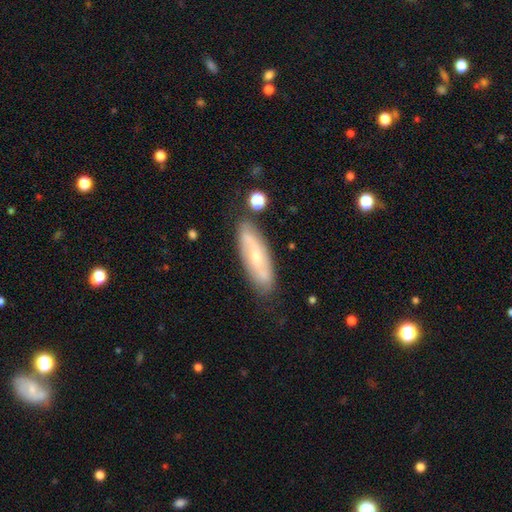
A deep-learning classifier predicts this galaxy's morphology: smooth-or-featured: featured or disk: 65% | smooth: 29% | star or artifact: 6%
  disk-edge-on: no: 81% | yes: 19%
    bar: weak: 41% (tied) | no: 41% (tied) | strong: 18%
    has-spiral-arms: yes: 82% | no: 18%
    bulge-size: small: 57% | moderate: 38% | none: 2% | large: 2% | dominant: 1%
  merging: none: 79% | minor disturbance: 14% | major disturbance: 3% | merger: 3%